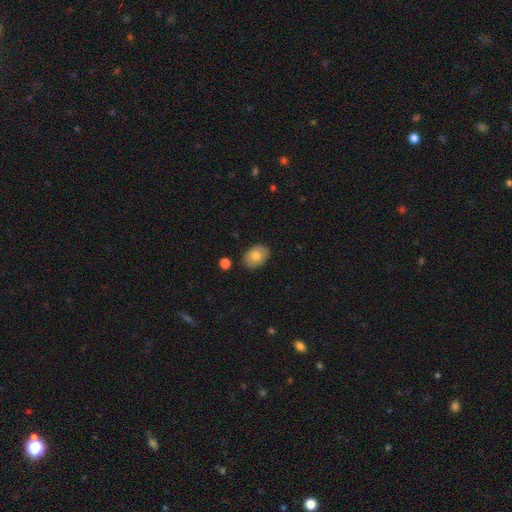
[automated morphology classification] The model was most divided on "smooth or featured": smooth: 73%, featured or disk: 20%, star or artifact: 7%. More confident: merging — none (85%); how rounded — in between (78%).